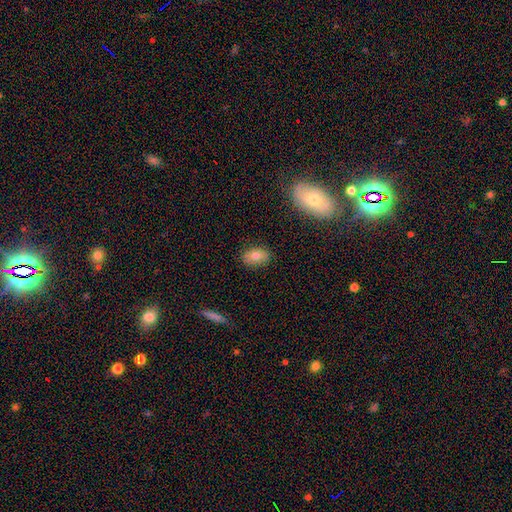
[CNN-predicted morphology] The model was most divided on "smooth or featured": smooth: 77%, featured or disk: 14%, star or artifact: 10%. More confident: how rounded — in between (86%); merging — none (86%).